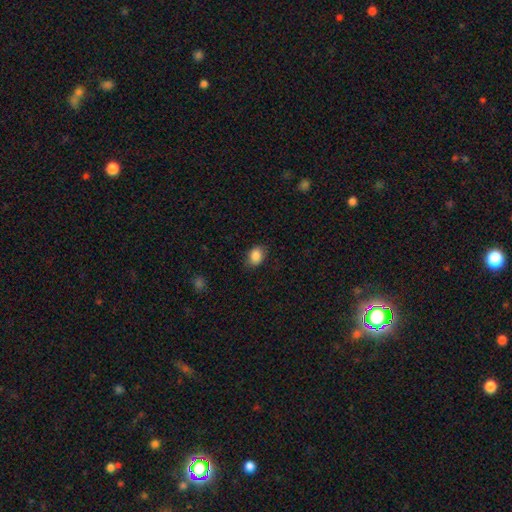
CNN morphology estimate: Q: Smooth or featured?
A: smooth (87%); runner-up: star or artifact (9%)
Q: How rounded?
A: in between (73%); runner-up: round (26%)
Q: Merging?
A: none (80%); runner-up: minor disturbance (15%)